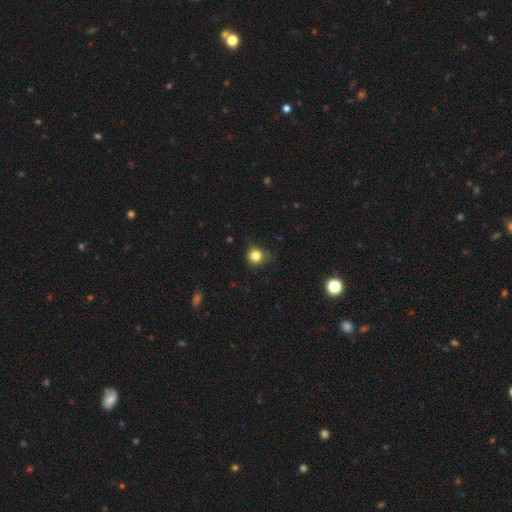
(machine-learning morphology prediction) A smooth galaxy with no disk features (82%) that is round (88%). Merging: none (74%).